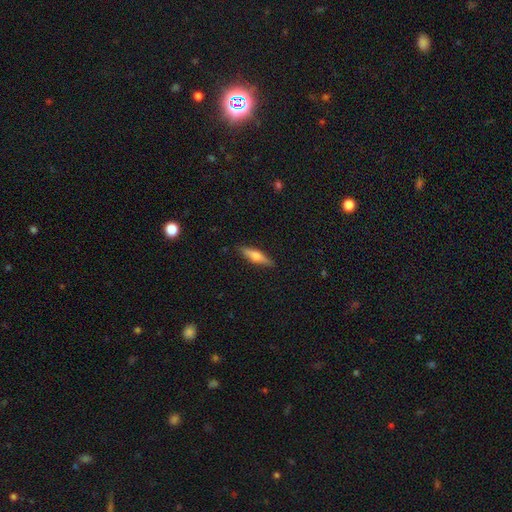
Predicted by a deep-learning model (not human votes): This is possibly a featured or disk galaxy (47%, tied with smooth). Merging: clearly none (88%).